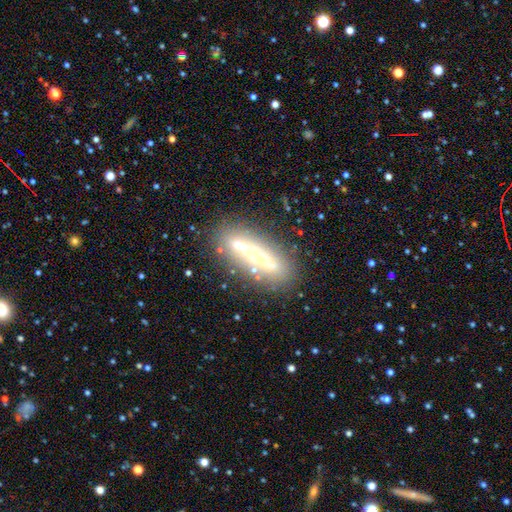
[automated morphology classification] A featured or disk galaxy (55%) viewed edge-on (59%). Merging: none (71%).